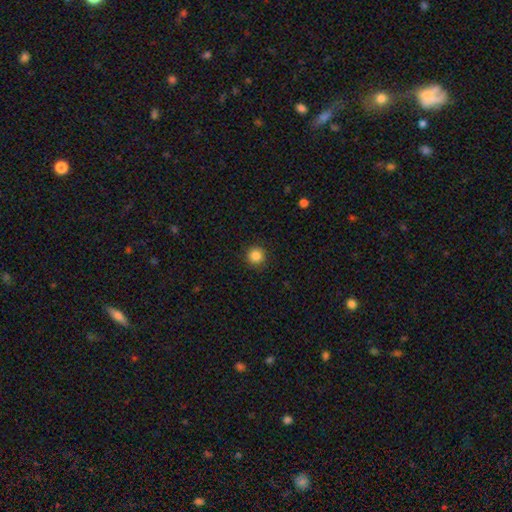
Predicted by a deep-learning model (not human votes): This appears to be a smooth galaxy with no disk features (85%) that is round (95%). Merging: none (92%).